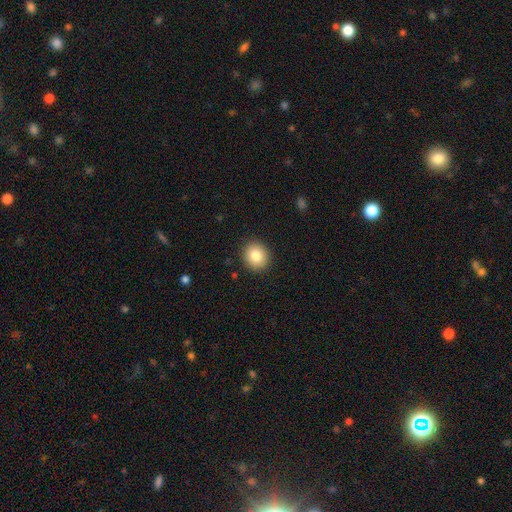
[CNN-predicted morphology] This is clearly a smooth galaxy (83%). How rounded: clearly round (80%). Merging: clearly none (91%).